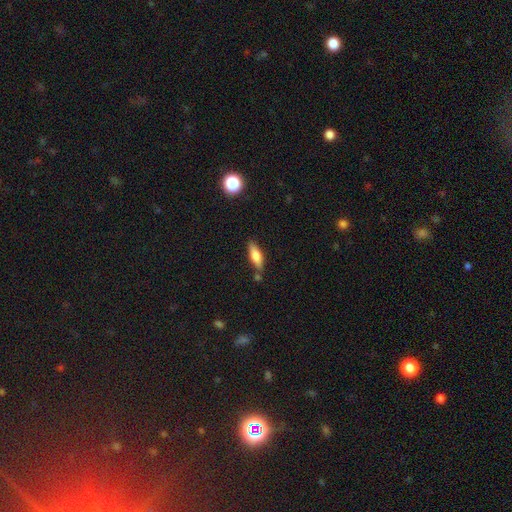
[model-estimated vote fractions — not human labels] This is likely a smooth galaxy (70%). How rounded: possibly in between (50%). Merging: likely none (74%).